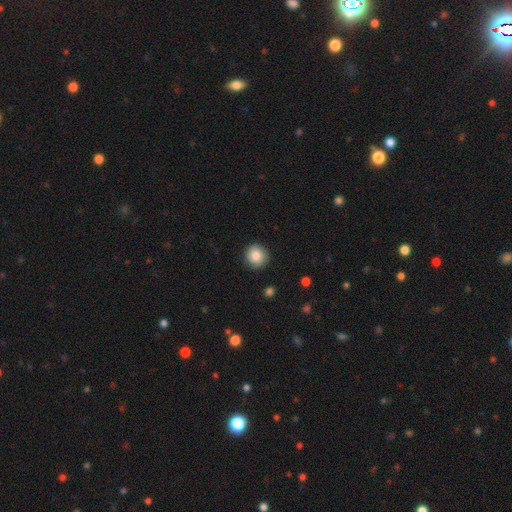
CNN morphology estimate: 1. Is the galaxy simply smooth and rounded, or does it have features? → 85% smooth, 8% star or artifact, 7% featured or disk.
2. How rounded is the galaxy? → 91% round, 8% in between, 1% cigar-shaped.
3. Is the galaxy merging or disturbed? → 88% none, 9% minor disturbance, 2% major disturbance, 1% merger.